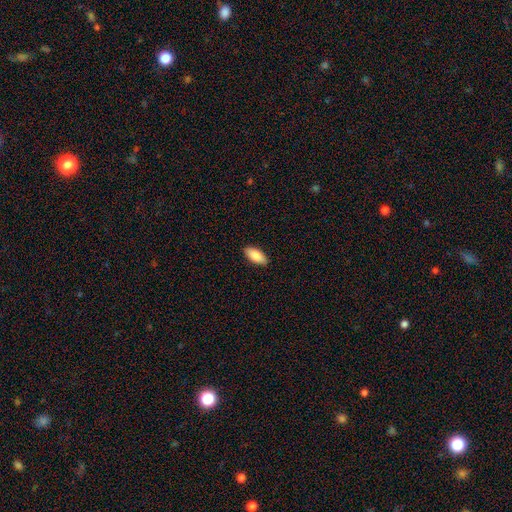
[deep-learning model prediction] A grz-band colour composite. It shows a smooth galaxy with no disk features (88%) that is in between round and cigar-shaped (89%). Merging: none (90%).